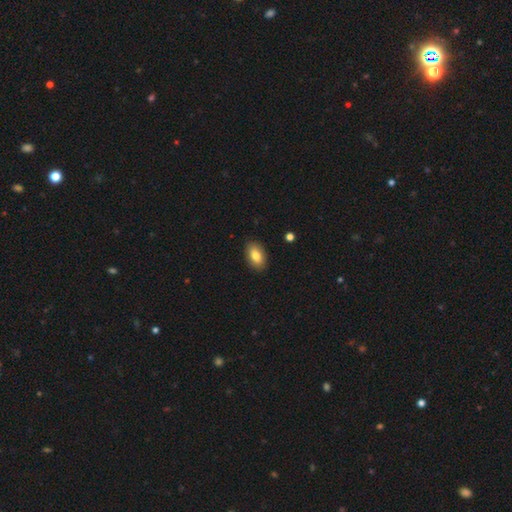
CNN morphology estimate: type=smooth (82%); roundness=in between (92%); merging=none (89%).